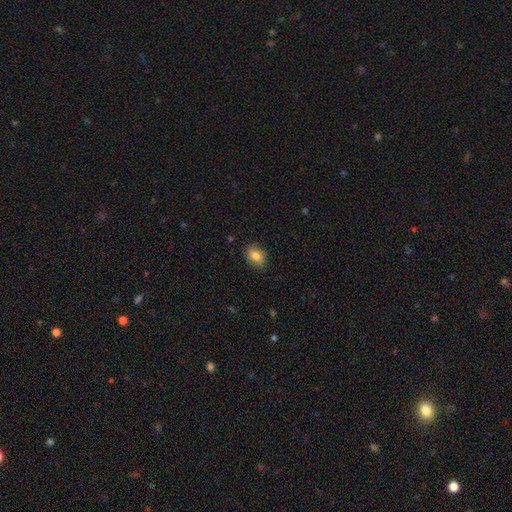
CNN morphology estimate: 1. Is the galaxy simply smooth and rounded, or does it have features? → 83% smooth, 9% star or artifact, 8% featured or disk.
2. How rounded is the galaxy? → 67% in between, 32% round, 1% cigar-shaped.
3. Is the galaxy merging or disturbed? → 87% none, 10% minor disturbance, 2% major disturbance, 1% merger.